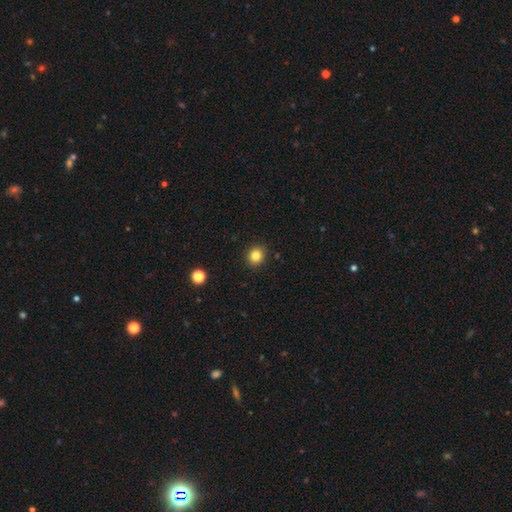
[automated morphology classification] A smooth galaxy with no disk features (83%) that is round (80%). Merging: none (90%).